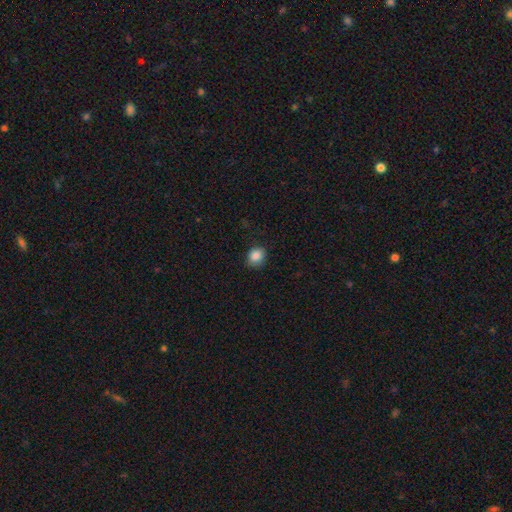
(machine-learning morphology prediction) Overall: smooth (86%). How rounded: round (71%). Merging: none (81%).